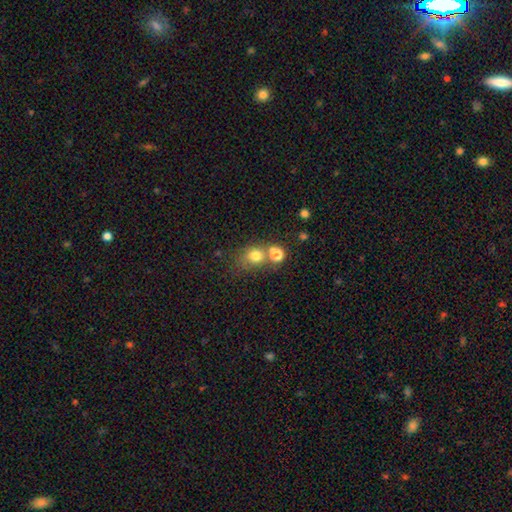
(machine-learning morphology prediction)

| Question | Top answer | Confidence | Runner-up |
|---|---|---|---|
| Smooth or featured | smooth | 74% | star or artifact (15%) |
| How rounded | round | 71% | in between (28%) |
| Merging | none | 48% | merger (35%) |